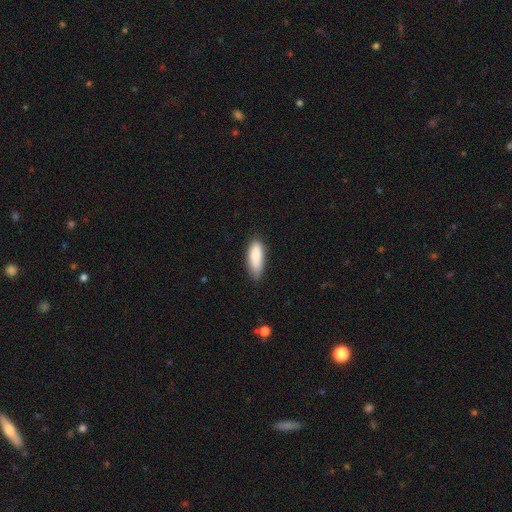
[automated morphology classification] type=smooth (86%); roundness=in between (66%); merging=none (73%).